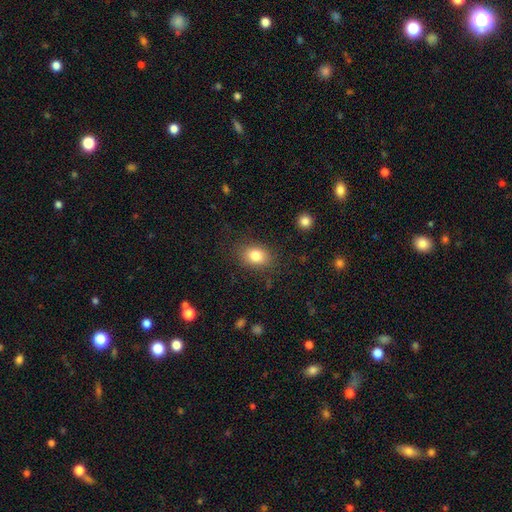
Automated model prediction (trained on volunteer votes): Q: Smooth or featured?
A: smooth (82%); runner-up: star or artifact (10%)
Q: How rounded?
A: in between (66%); runner-up: round (33%)
Q: Merging?
A: none (84%); runner-up: minor disturbance (11%)